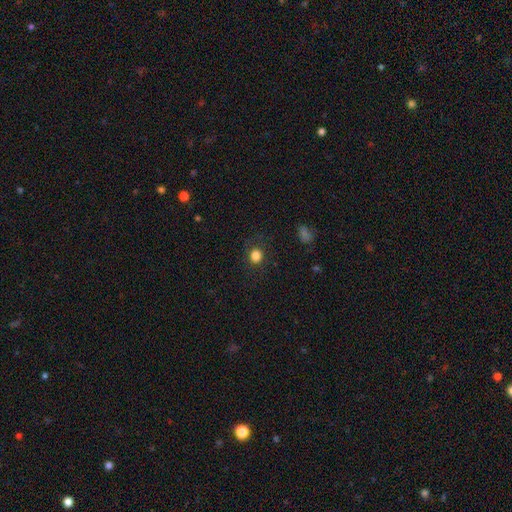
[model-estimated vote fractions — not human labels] This appears to be a smooth galaxy with no disk features (83%) that is round (82%). Merging: none (84%).